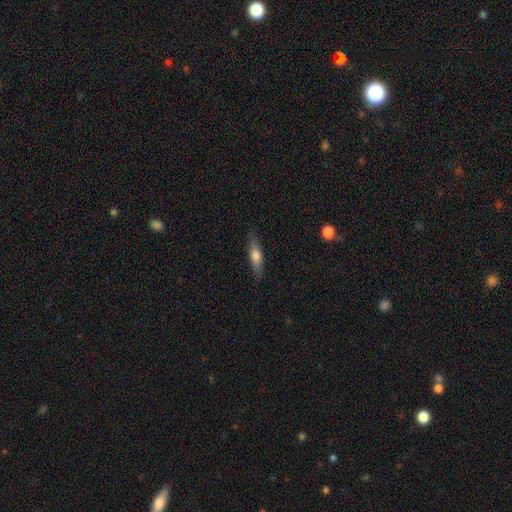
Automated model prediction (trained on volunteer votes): Smooth or featured?
  - smooth: 64% *
  - featured or disk: 29%
  - star or artifact: 6%
How rounded?
  - cigar-shaped: 62% *
  - in between: 35%
  - round: 3%
Merging?
  - none: 85% *
  - minor disturbance: 11%
  - major disturbance: 2%
  - merger: 1%